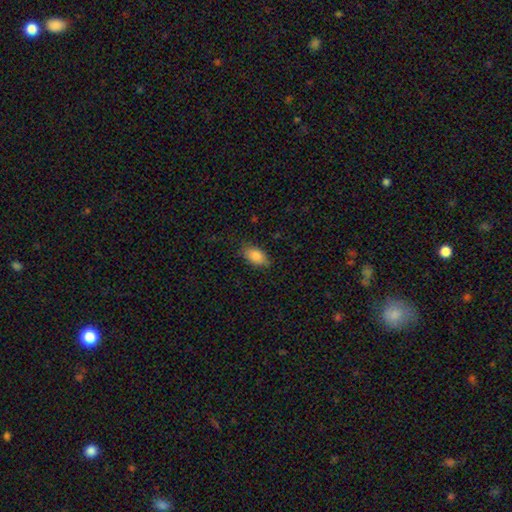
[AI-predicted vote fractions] A smooth galaxy with no disk features (87%) that is in between round and cigar-shaped (92%).

Vote fractions:
- Smooth or featured? smooth: 87% / star or artifact: 7% / featured or disk: 6%
- How rounded? in between: 92% / round: 5% / cigar-shaped: 3%
- Merging? none: 79% / minor disturbance: 16% / major disturbance: 4% / merger: 1%